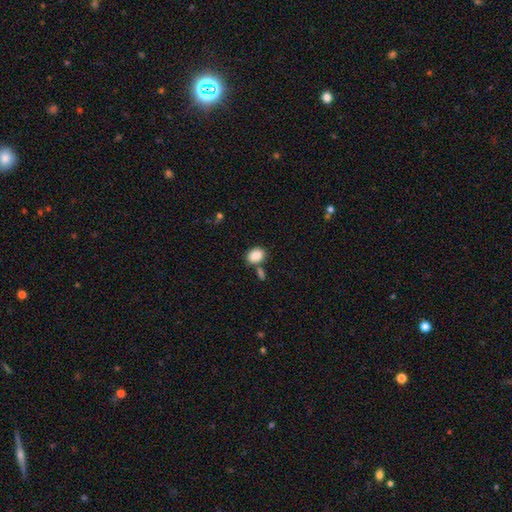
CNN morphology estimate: This is clearly a smooth galaxy (88%). How rounded: likely in between (74%). Merging: likely none (65%).